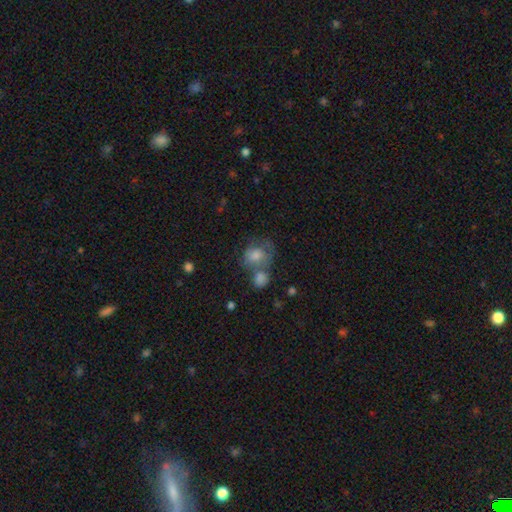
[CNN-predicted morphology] The model was most divided on "merging": none: 36%, merger: 35%, minor disturbance: 17%, major disturbance: 13%. More confident: smooth or featured — smooth (63%); how rounded — round (55%).